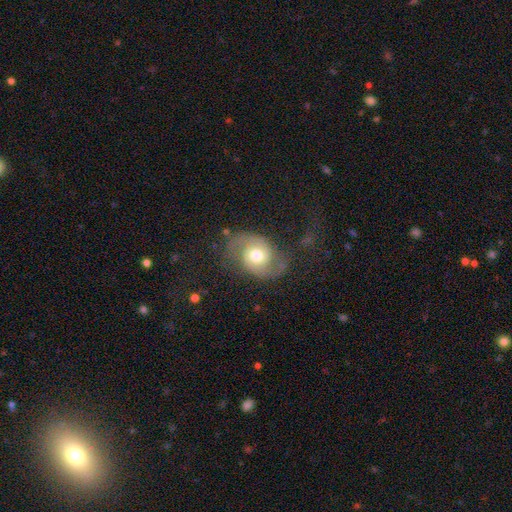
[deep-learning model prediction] A featured or disk galaxy (78%) with no bar (67%), 2 (87%) medium (44%) spiral arms (91%) and a moderate central bulge (67%). Merging: none (66%).